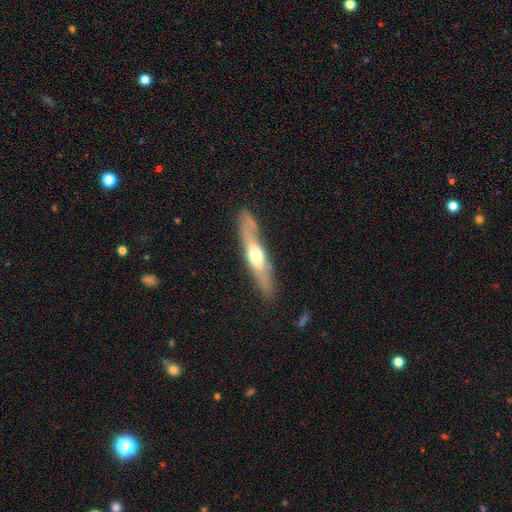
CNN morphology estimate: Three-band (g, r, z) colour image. It shows a featured or disk galaxy (59%) viewed edge-on (81%). Merging: none (82%).